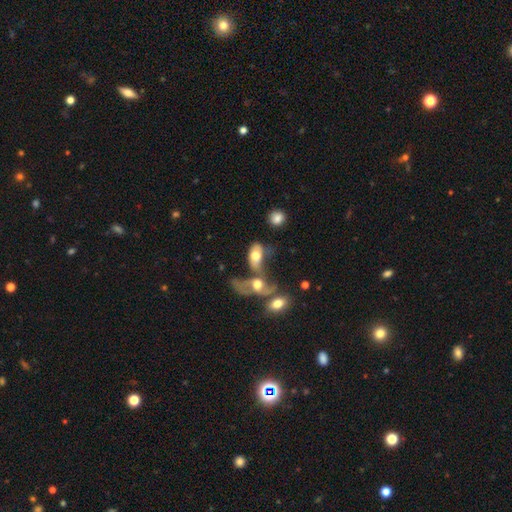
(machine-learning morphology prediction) The model was most divided on "smooth or featured": smooth: 60%, featured or disk: 31%, star or artifact: 9%. More confident: how rounded — in between (88%); merging — merger (55%).